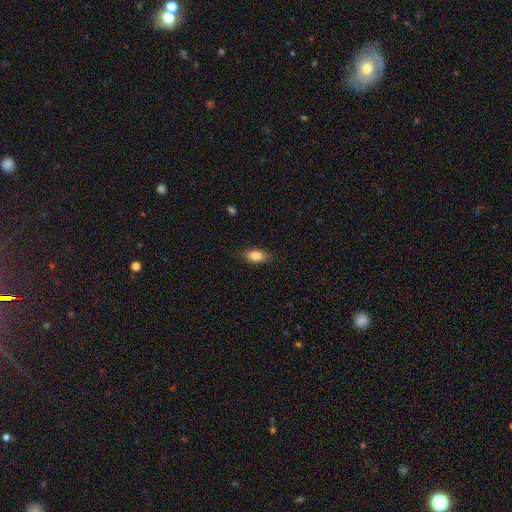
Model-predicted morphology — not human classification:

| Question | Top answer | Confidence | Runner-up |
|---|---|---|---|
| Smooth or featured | smooth | 84% | featured or disk (9%) |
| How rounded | in between | 87% | cigar-shaped (8%) |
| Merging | none | 84% | minor disturbance (12%) |